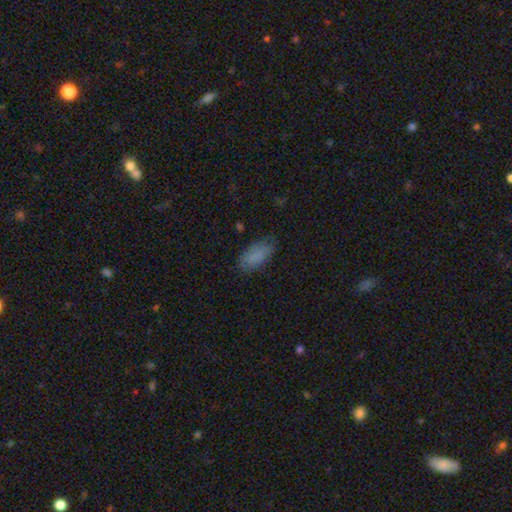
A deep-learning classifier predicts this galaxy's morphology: Smooth or featured? Predicted: smooth (p=0.84). How rounded? Predicted: in between (p=0.90). Merging? Predicted: none (p=0.74).